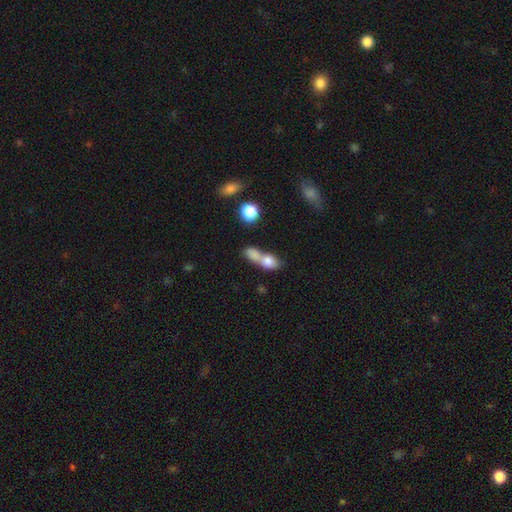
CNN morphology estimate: Q: Smooth or featured?
A: smooth (75%); runner-up: featured or disk (15%)
Q: How rounded?
A: in between (59%); runner-up: round (31%)
Q: Merging?
A: merger (66%); runner-up: none (22%)